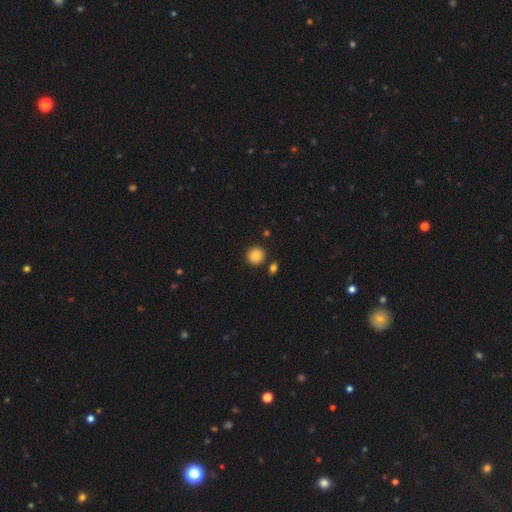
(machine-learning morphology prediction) Q: Smooth or featured?
A: smooth (86%); runner-up: star or artifact (9%)
Q: How rounded?
A: round (92%); runner-up: in between (7%)
Q: Merging?
A: none (86%); runner-up: minor disturbance (7%)